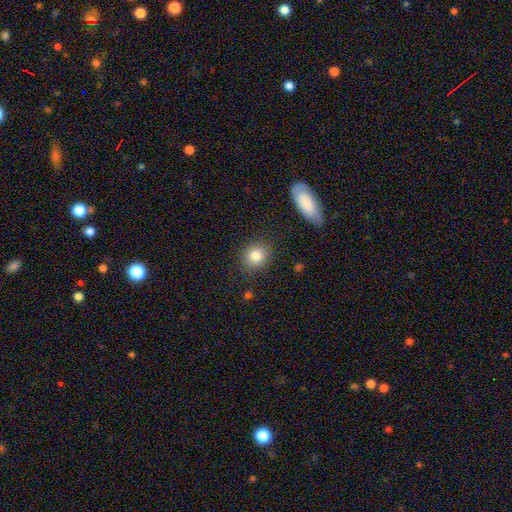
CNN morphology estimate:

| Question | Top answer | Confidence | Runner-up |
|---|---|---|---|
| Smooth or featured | smooth | 82% | star or artifact (10%) |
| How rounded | round | 84% | in between (15%) |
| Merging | none | 87% | minor disturbance (8%) |